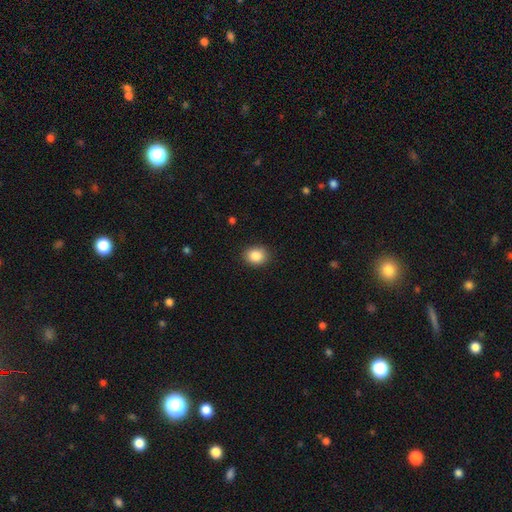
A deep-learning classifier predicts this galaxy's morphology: Smooth or featured? smooth (86%)
How rounded? round (57%)
Merging? none (88%)